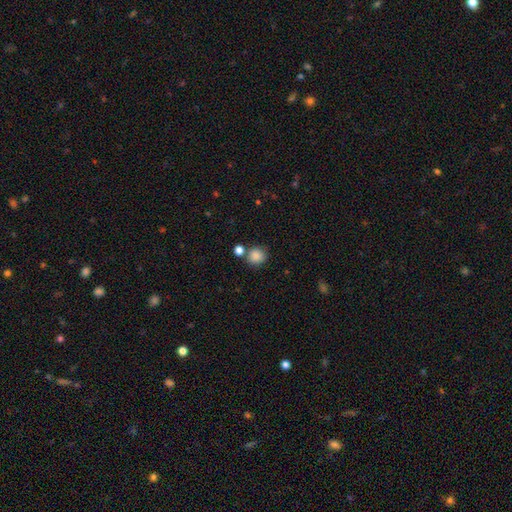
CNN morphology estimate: smooth_or_featured: smooth (p=0.87) [alt: star or artifact p=0.09]
how_rounded: round (p=0.88) [alt: in between p=0.11]
merging: none (p=0.72) [alt: merger p=0.15]